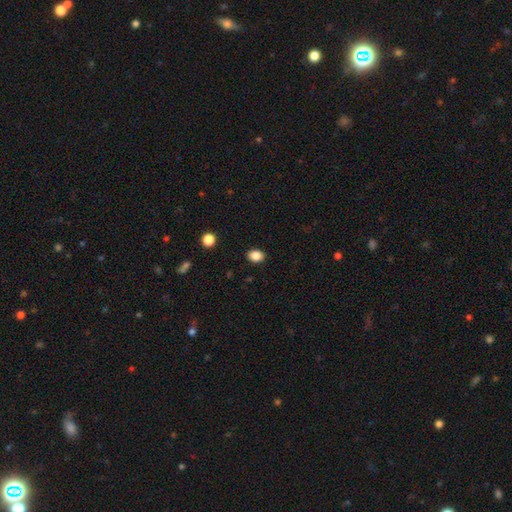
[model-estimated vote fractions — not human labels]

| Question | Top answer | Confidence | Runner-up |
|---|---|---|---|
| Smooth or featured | smooth | 86% | star or artifact (10%) |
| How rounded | in between | 65% | round (35%) |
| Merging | none | 89% | minor disturbance (8%) |